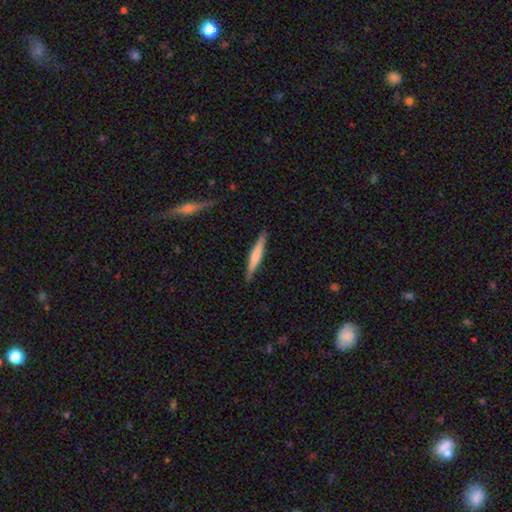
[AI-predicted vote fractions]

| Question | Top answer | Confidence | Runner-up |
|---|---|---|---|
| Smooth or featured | smooth | 55% | featured or disk (39%) |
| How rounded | cigar-shaped | 93% | in between (5%) |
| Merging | none | 89% | minor disturbance (8%) |